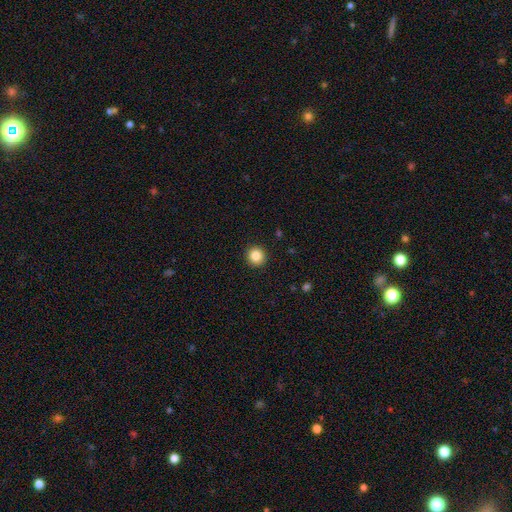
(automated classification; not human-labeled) Q: Smooth or featured?
A: smooth (85%); runner-up: star or artifact (10%)
Q: How rounded?
A: round (93%); runner-up: in between (6%)
Q: Merging?
A: none (93%); runner-up: minor disturbance (5%)